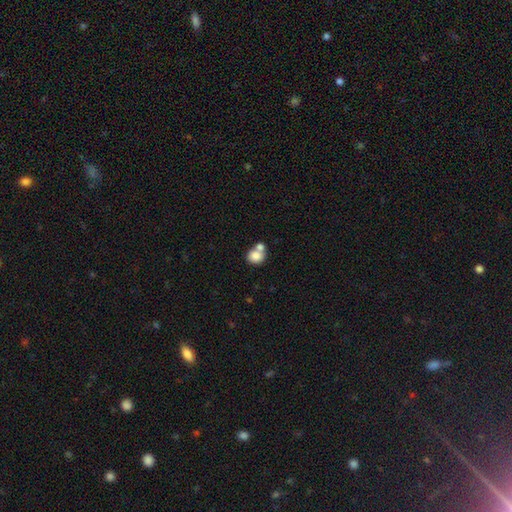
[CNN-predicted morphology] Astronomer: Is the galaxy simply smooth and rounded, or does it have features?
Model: smooth — 82%.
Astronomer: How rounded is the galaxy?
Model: round — 67%.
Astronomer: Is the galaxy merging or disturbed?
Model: merger — 46% (runner-up: none, 40%).